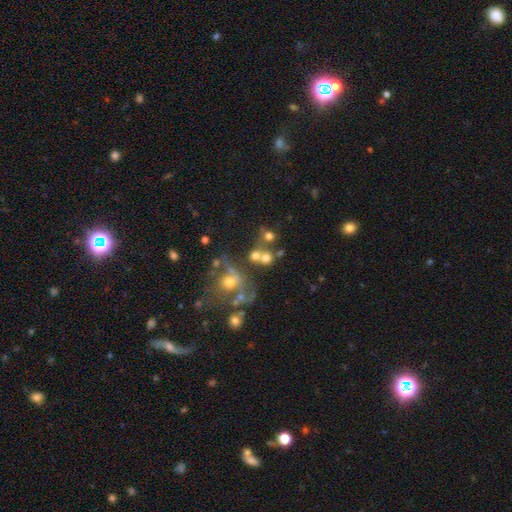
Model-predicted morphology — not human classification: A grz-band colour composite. It shows a smooth galaxy with no disk features (61%) that is round (82%). Merging: none (46%).